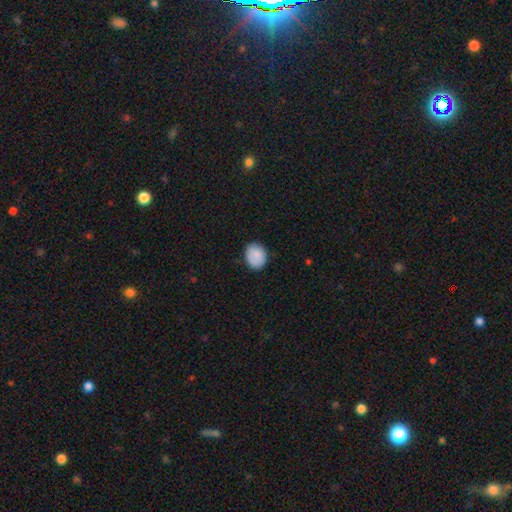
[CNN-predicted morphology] smooth-or-featured: smooth: 87% | star or artifact: 7% | featured or disk: 6%
  how-rounded: round: 53% | in between: 46% | cigar-shaped: 1%
  merging: none: 83% | minor disturbance: 13% | major disturbance: 3% | merger: 1%